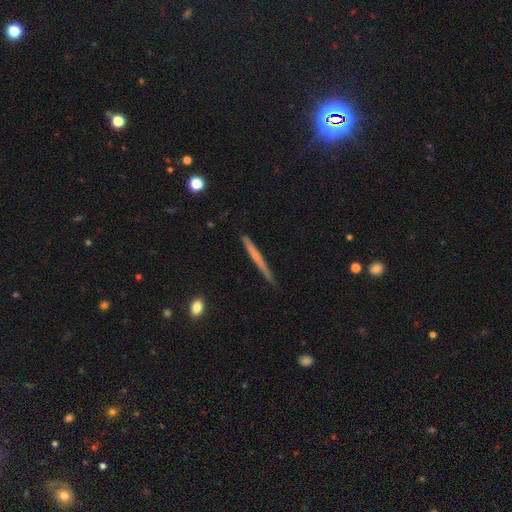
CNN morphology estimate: Smooth or featured: smooth — 52% (featured or disk — 42%)
How rounded: cigar-shaped — 97% (in between — 2%)
Merging: none — 86% (minor disturbance — 11%)